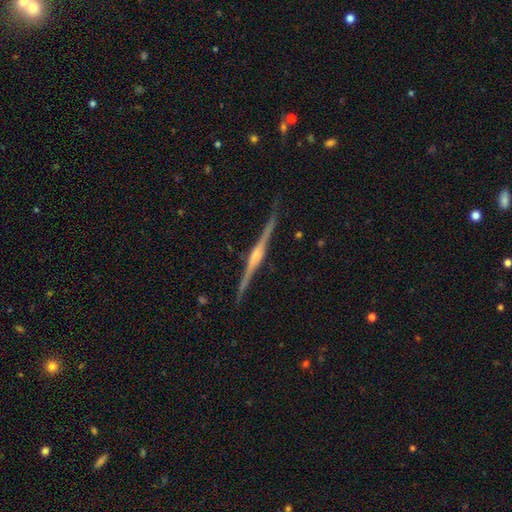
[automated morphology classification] featured or disk 87%, smooth 7%, star or artifact 5%. Down the decision tree: edge-on disk — yes (99%); edge-on bulge — rounded (78%); merging — none (90%).